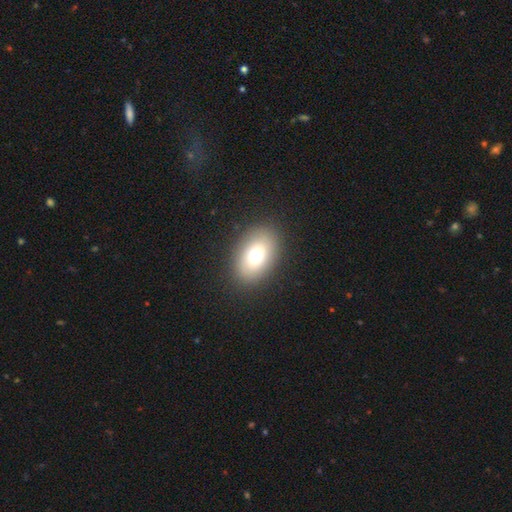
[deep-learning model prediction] Overall: smooth (74%). How rounded: in between (83%). Merging: none (88%).